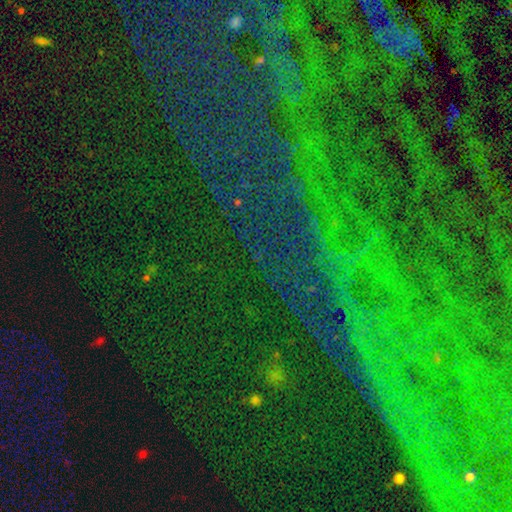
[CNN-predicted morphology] This appears to be a star or artifact, not a galaxy (81%).